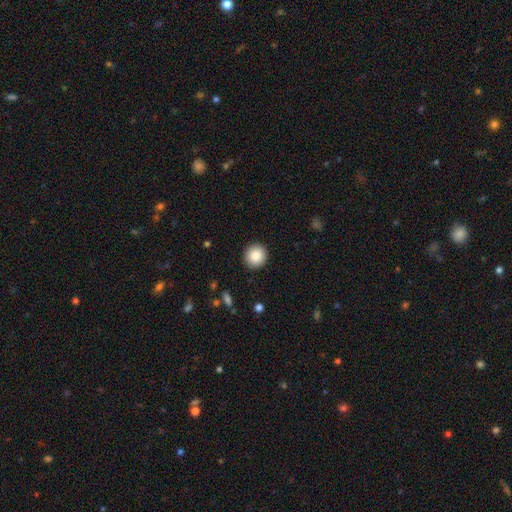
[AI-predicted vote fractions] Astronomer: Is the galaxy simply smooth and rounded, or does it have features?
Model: smooth — 88%.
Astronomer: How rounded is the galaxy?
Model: round — 92%.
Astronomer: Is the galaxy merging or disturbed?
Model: none — 91%.